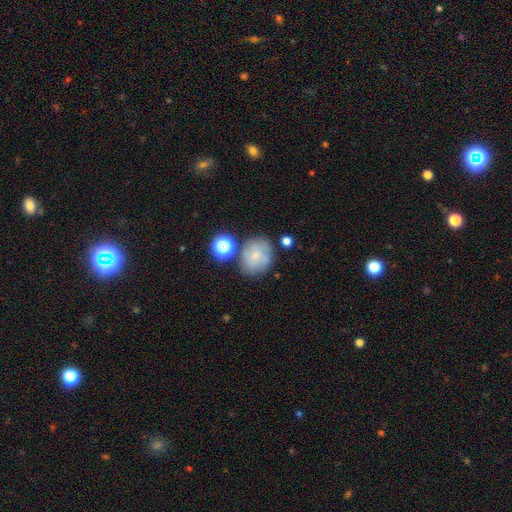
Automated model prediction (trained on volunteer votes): Overall: smooth (61%; featured or disk 26%). How rounded: round (67%; in between 32%). Merging: none (63%).